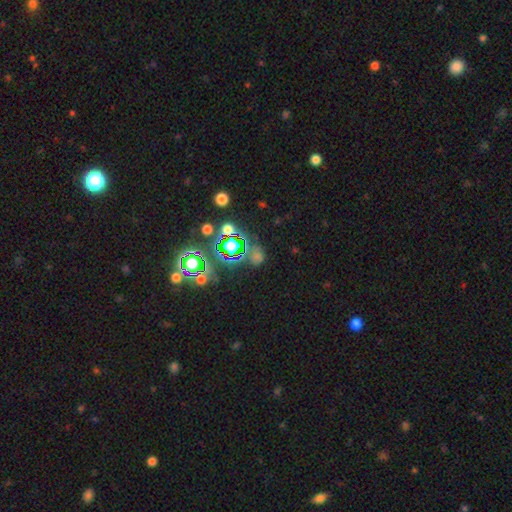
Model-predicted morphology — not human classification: Smooth or featured? Predicted: star or artifact (p=0.67).